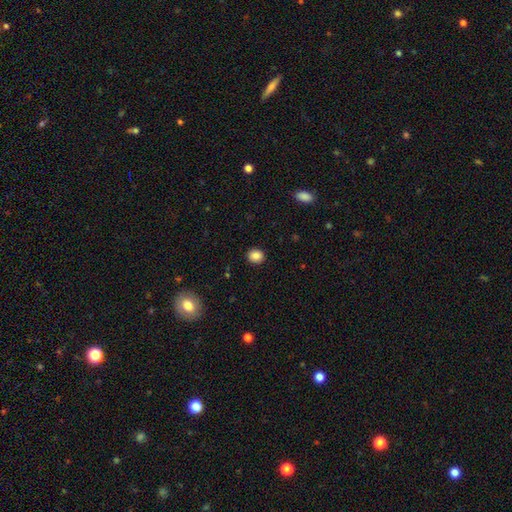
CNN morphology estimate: type=smooth (85%); roundness=round (78%); merging=none (92%).